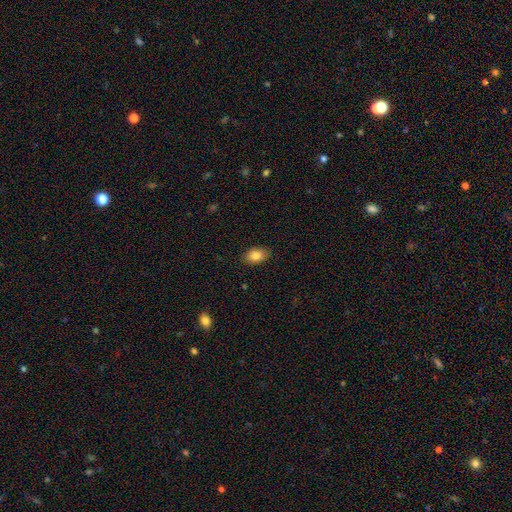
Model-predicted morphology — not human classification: This is clearly a smooth galaxy (85%). How rounded: clearly in between (86%). Merging: clearly none (87%).